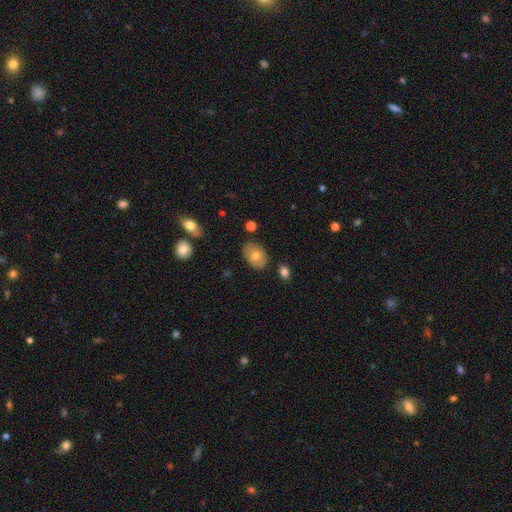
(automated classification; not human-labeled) smooth 69%, featured or disk 23%, star or artifact 7%. Down the decision tree: how rounded — in between (82%); merging — none (81%).